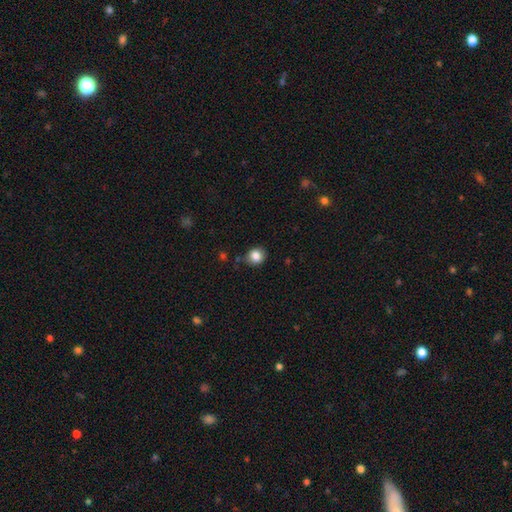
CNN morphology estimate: This appears to be a smooth galaxy with no disk features (84%) that is round (80%). Merging: none (79%).